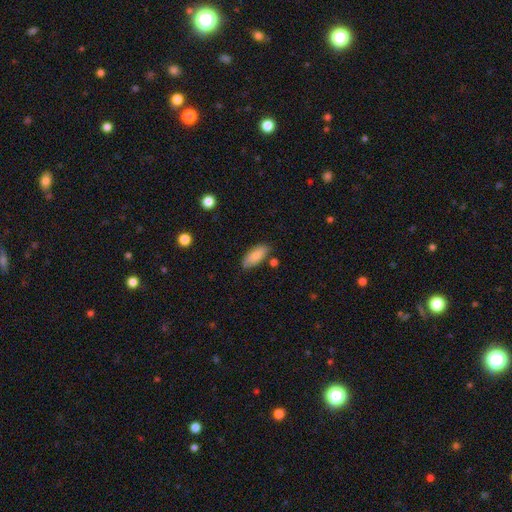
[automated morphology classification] Q: Smooth or featured?
A: smooth (84%); runner-up: featured or disk (10%)
Q: How rounded?
A: in between (87%); runner-up: cigar-shaped (11%)
Q: Merging?
A: none (77%); runner-up: minor disturbance (16%)